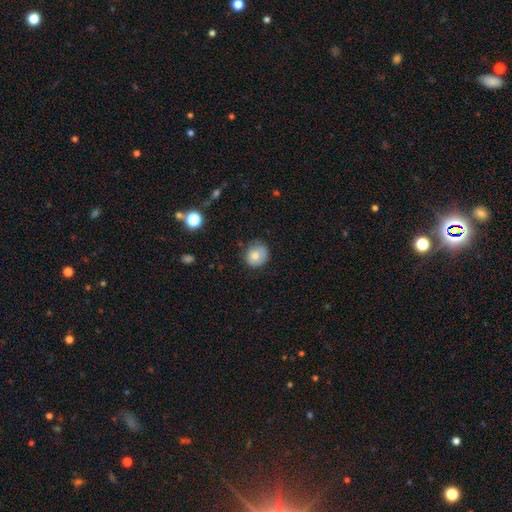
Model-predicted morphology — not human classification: Smooth or featured: smooth — 75% (featured or disk — 15%)
How rounded: round — 77% (in between — 23%)
Merging: none — 71% (minor disturbance — 23%)